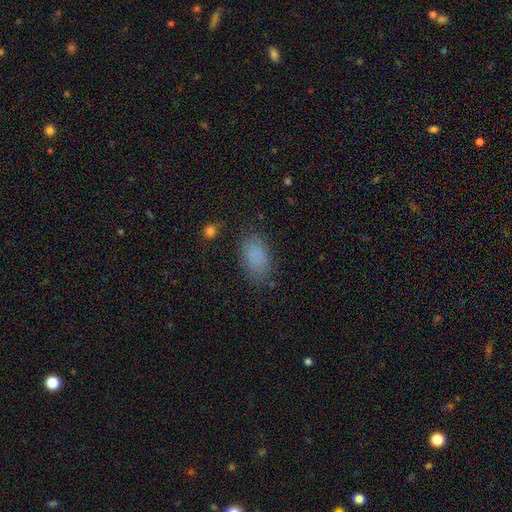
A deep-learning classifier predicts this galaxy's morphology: smooth-or-featured: smooth: 83% | star or artifact: 10% | featured or disk: 7%
  how-rounded: in between: 92% | round: 6% | cigar-shaped: 2%
  merging: none: 78% | minor disturbance: 16% | major disturbance: 5% | merger: 2%